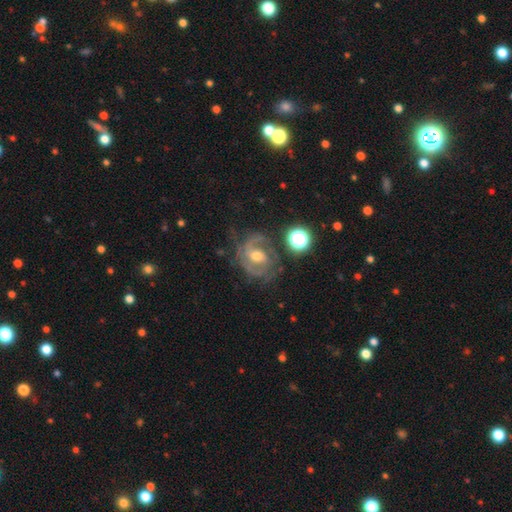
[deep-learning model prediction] smooth-or-featured: featured or disk: 82% | star or artifact: 9% | smooth: 9%
  disk-edge-on: no: 97% | yes: 3%
    bar: no: 44% | weak: 43% | strong: 13%
    has-spiral-arms: yes: 94% | no: 6%
      spiral-winding: tight: 50% | medium: 40% | loose: 10%
      spiral-arm-count: 2: 51% | can't tell: 21% | 3: 15% | 1: 6% | 4: 4% | more than 4: 3%
    bulge-size: moderate: 68% | small: 26% | large: 4% | none: 2% | dominant: 1%
  merging: none: 66% | minor disturbance: 20% | major disturbance: 11% | merger: 3%